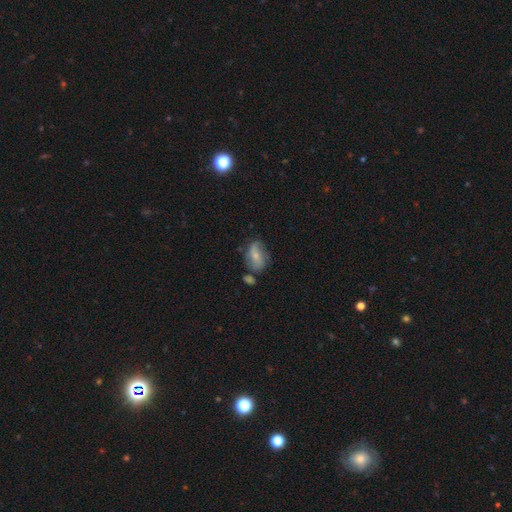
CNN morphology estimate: smooth 50%, featured or disk 42%, star or artifact 8%. Down the decision tree: merging — none (51%).